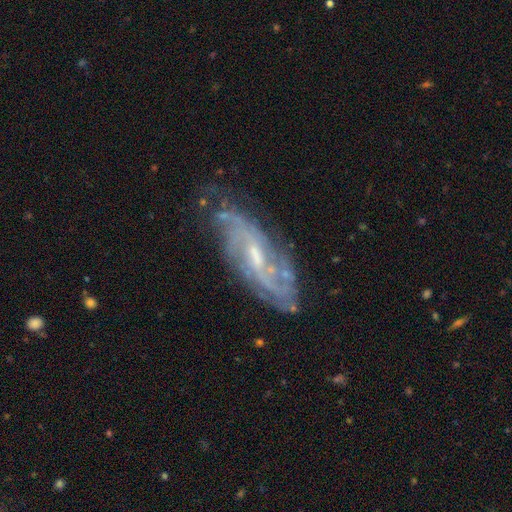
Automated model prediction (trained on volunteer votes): smooth_or_featured: featured or disk (p=0.83) [alt: smooth p=0.09]
disk_edge_on: no (p=0.87) [alt: yes p=0.13]
bar: weak (p=0.48) [alt: no p=0.38]
has_spiral_arms: yes (p=0.93) [alt: no p=0.07]
spiral_winding: tight (p=0.50) [alt: medium p=0.37]
spiral_arm_count: can't tell (p=0.43) [alt: 2 p=0.21]
bulge_size: small (p=0.54) [alt: moderate p=0.38]
merging: none (p=0.71) [alt: minor disturbance p=0.20]